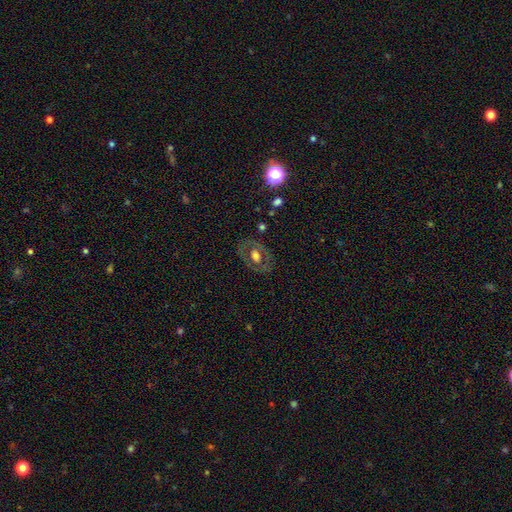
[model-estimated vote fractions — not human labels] Smooth or featured: featured or disk — 49% (smooth — 43%)
Merging: none — 79% (minor disturbance — 13%)